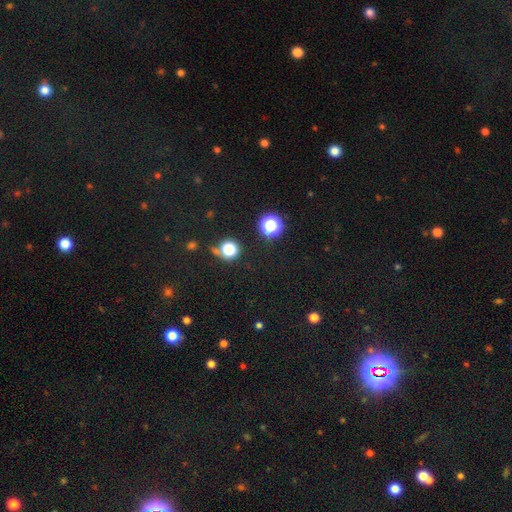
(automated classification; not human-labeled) This is likely a star or artifact rather than a galaxy (72%).